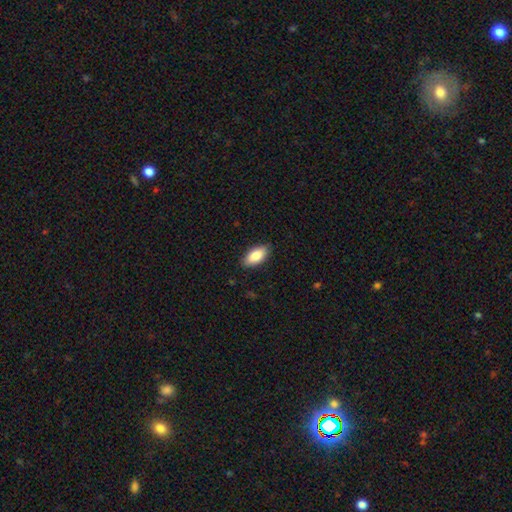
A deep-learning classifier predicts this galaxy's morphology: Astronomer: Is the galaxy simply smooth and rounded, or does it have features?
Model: smooth — 87%.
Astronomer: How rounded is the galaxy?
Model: in between — 91%.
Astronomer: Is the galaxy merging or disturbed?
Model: none — 86%.